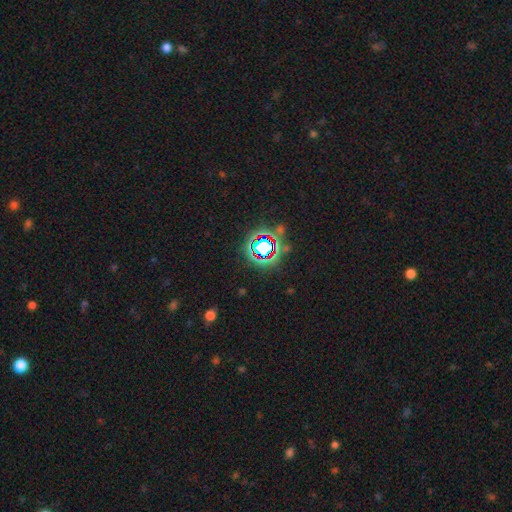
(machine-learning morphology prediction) Smooth or featured? Predicted: star or artifact (p=0.76).